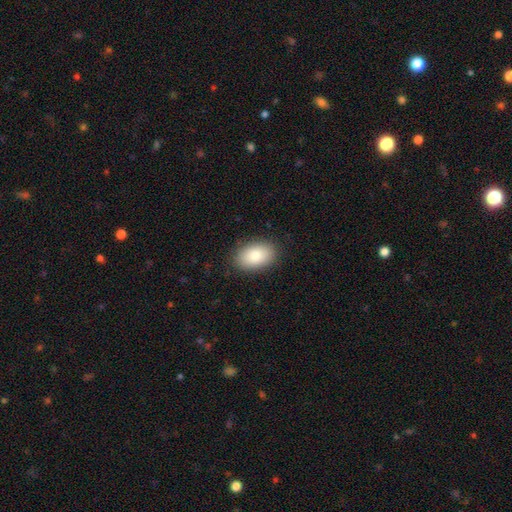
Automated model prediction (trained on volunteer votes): Morphology: type=smooth (84%); roundness=in between (91%); merging=none (87%).